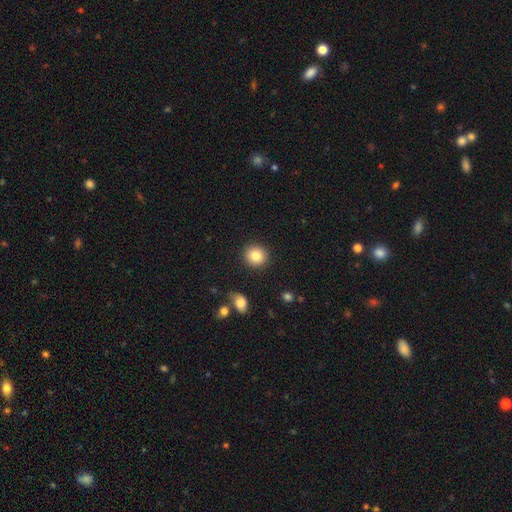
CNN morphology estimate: The model was most divided on "smooth or featured": smooth: 83%, star or artifact: 9%, featured or disk: 8%. More confident: how rounded — round (90%); merging — none (90%).